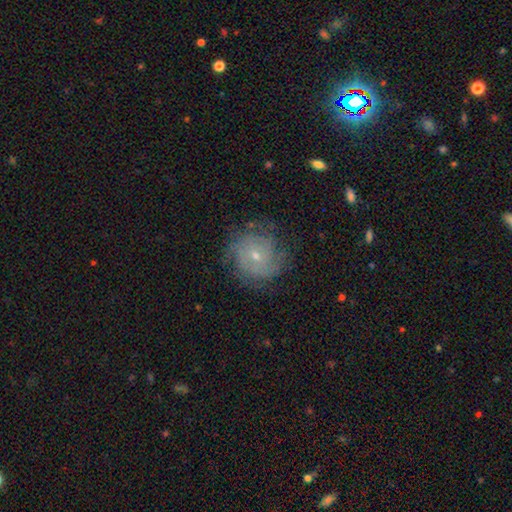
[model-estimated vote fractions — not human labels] Smooth or featured?
  - featured or disk: 68% *
  - smooth: 22%
  - star or artifact: 10%
Edge-on disk?
  - no: 97% *
  - yes: 3%
Bar?
  - no: 81% *
  - weak: 17%
  - strong: 3%
Spiral arms?
  - yes: 88% *
  - no: 12%
Spiral winding?
  - tight: 65% *
  - medium: 26%
  - loose: 9%
Spiral arm count?
  - can't tell: 45% *
  - 2: 19%
  - 3: 16%
  - 4: 9%
  - more than 4: 6%
  - 1: 6%
Bulge size?
  - small: 69% *
  - moderate: 27%
  - none: 2%
  - large: 1%
  - dominant: 1%
Merging?
  - none: 74% *
  - minor disturbance: 17%
  - major disturbance: 8%
  - merger: 1%